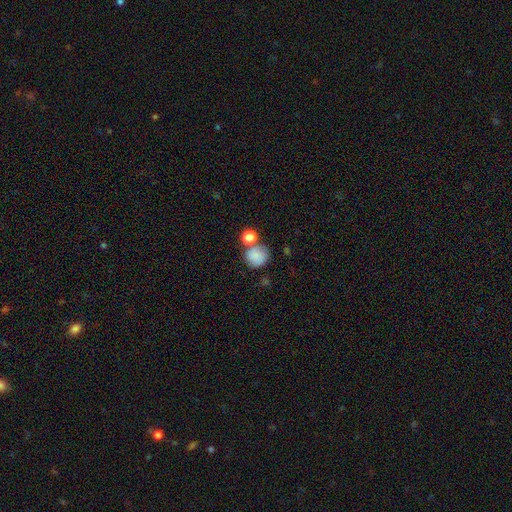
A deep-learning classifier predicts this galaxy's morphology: type=smooth (83%); roundness=round (86%); merging=none (58%).